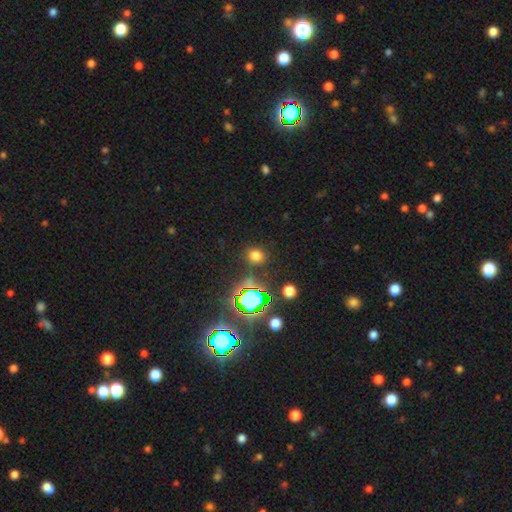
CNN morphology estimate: smooth 69%, star or artifact 25%, featured or disk 6%. Down the decision tree: how rounded — round (78%); merging — none (84%).